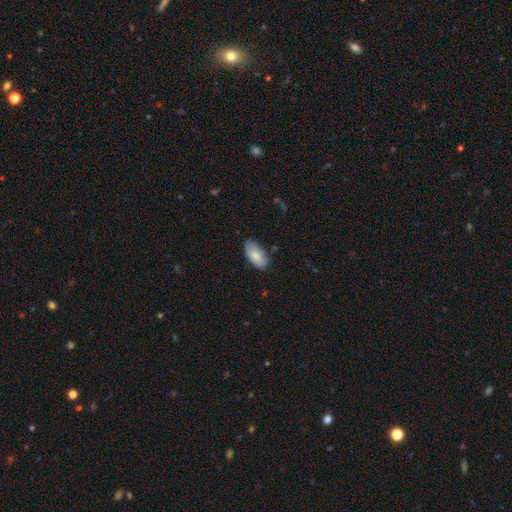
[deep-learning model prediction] Smooth or featured?
  - smooth: 82% *
  - featured or disk: 12%
  - star or artifact: 6%
How rounded?
  - in between: 94% *
  - cigar-shaped: 4%
  - round: 2%
Merging?
  - none: 75% *
  - minor disturbance: 20%
  - major disturbance: 3%
  - merger: 2%